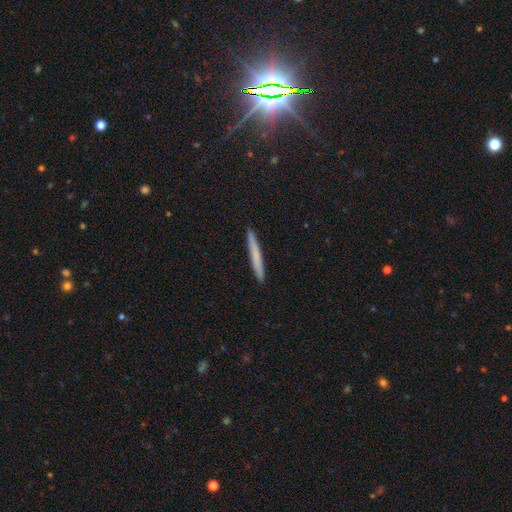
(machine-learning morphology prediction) smooth 67%, featured or disk 27%, star or artifact 6%. Down the decision tree: how rounded — cigar-shaped (97%); merging — none (93%).